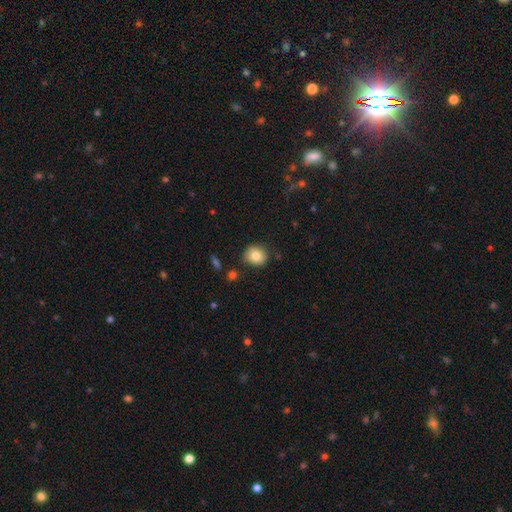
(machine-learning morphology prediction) The model was most divided on "how rounded": round: 75%, in between: 24%, cigar-shaped: 1%. More confident: merging — none (85%); smooth or featured — smooth (82%).